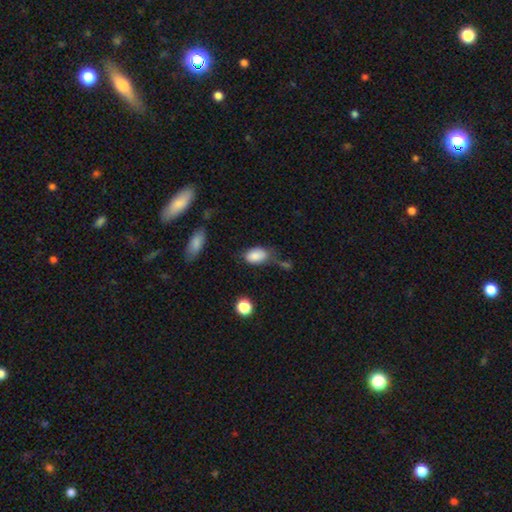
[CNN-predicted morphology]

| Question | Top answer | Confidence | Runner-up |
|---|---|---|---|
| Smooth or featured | smooth | 86% | star or artifact (7%) |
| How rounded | in between | 90% | round (9%) |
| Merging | none | 52% | minor disturbance (29%) |